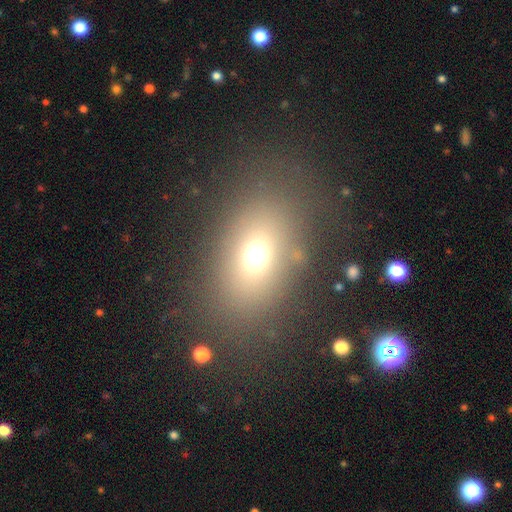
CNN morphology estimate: A smooth galaxy with no disk features (67%) that is in between round and cigar-shaped (74%). Merging: none (79%).